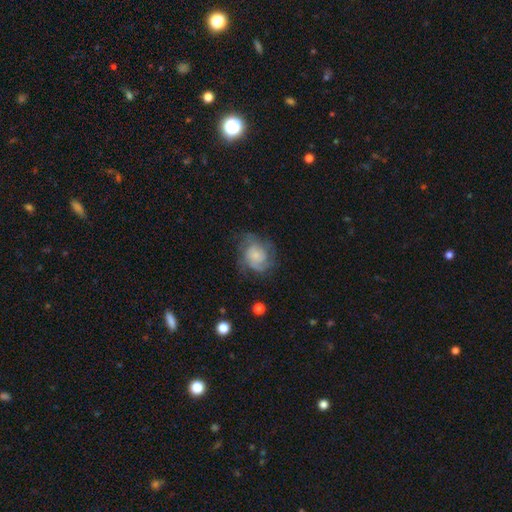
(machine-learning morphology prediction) smooth-or-featured: featured or disk: 64% | smooth: 29% | star or artifact: 8%
  disk-edge-on: no: 98% | yes: 2%
    bar: no: 79% | weak: 18% | strong: 3%
    has-spiral-arms: yes: 87% | no: 13%
      spiral-winding: tight: 50% | medium: 36% | loose: 14%
      spiral-arm-count: can't tell: 37% | 2: 24% | 3: 20% | 4: 7% | 1: 6% | more than 4: 5%
    bulge-size: small: 55% | moderate: 23% | none: 13% | large: 7% | dominant: 2%
  merging: none: 61% | minor disturbance: 22% | major disturbance: 15% | merger: 1%